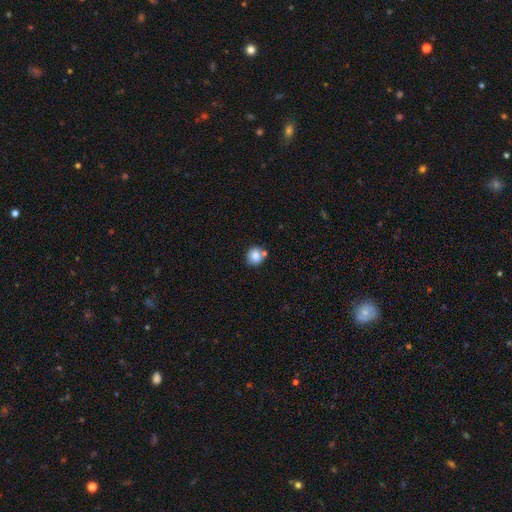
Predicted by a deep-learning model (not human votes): Smooth or featured? Predicted: smooth (p=0.83). How rounded? Predicted: round (p=0.84). Merging? Predicted: none (p=0.66).